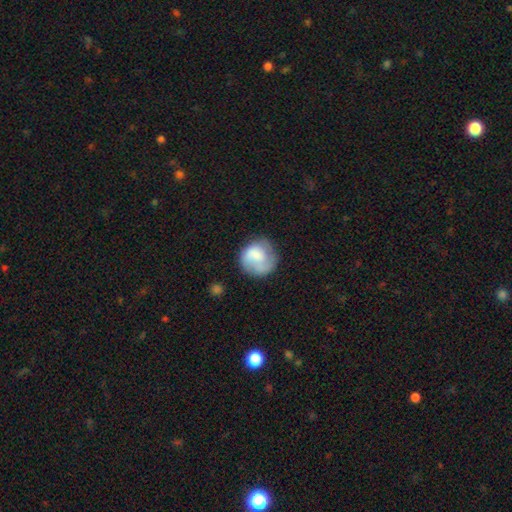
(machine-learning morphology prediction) A smooth galaxy with no disk features (61%) that is round (83%). Merging: none (57%).